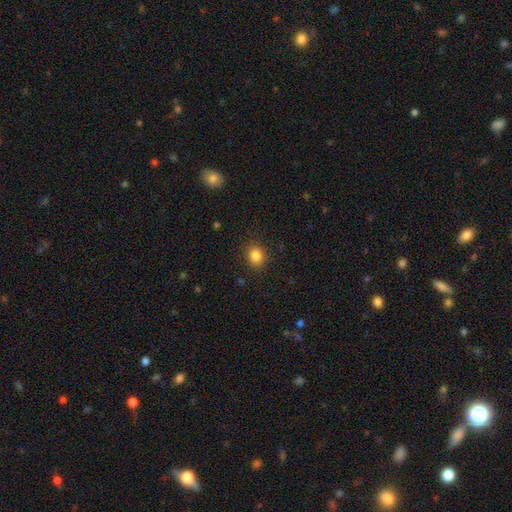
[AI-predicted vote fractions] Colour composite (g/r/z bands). It shows a smooth galaxy with no disk features (84%) that is round (71%). Merging: none (89%).